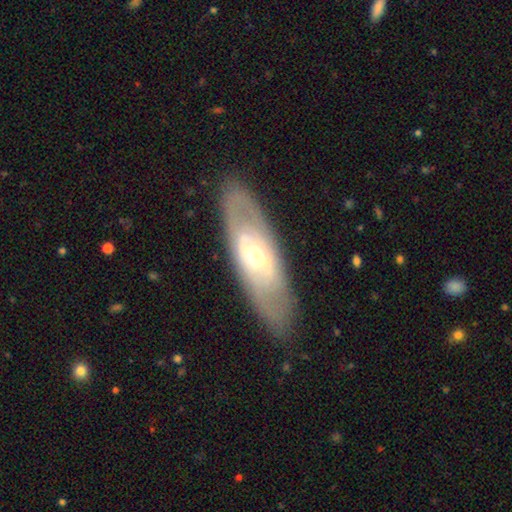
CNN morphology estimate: Smooth or featured? Predicted: featured or disk (p=0.65). Edge-on disk? Predicted: no (p=0.77). Merging? Predicted: none (p=0.85).